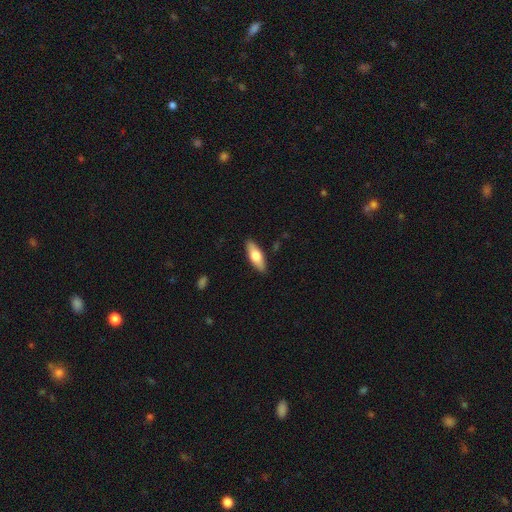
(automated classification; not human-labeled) Overall: smooth (60%; featured or disk 35%). How rounded: in between (59%; cigar-shaped 39%). Merging: none (88%).